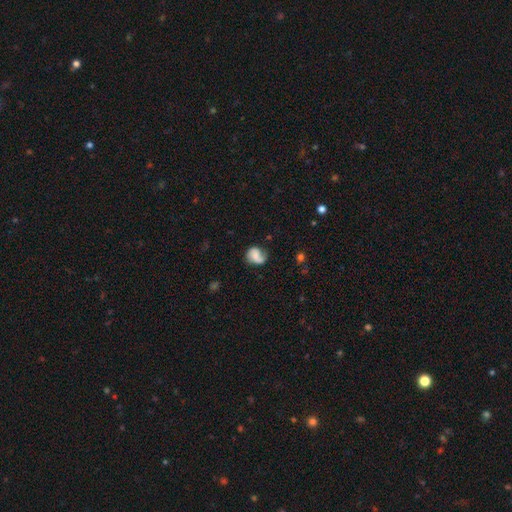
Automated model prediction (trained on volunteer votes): Smooth or featured? featured or disk (49%)
Merging? none (55%)